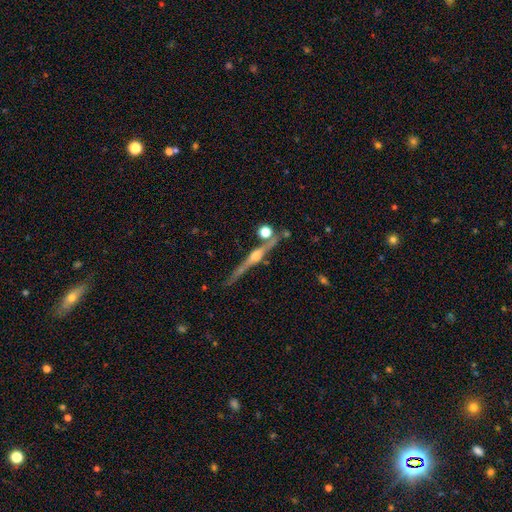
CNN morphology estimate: Smooth or featured? Predicted: featured or disk (p=0.82). Edge-on disk? Predicted: yes (p=0.97). Edge-on bulge? Predicted: rounded (p=0.91). Merging? Predicted: none (p=0.79).